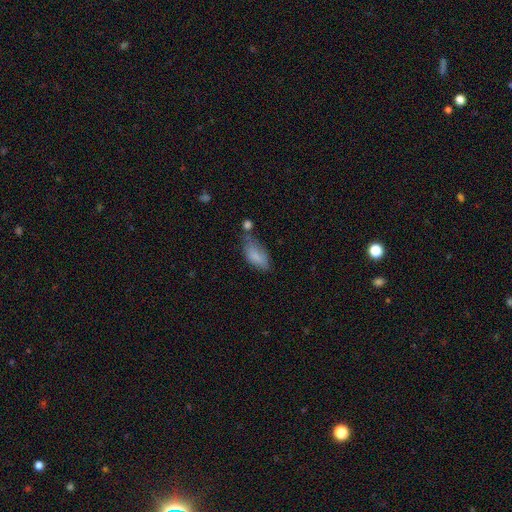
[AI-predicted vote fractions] Morphology: type=smooth (82%); roundness=in between (89%); merging=none (43%).